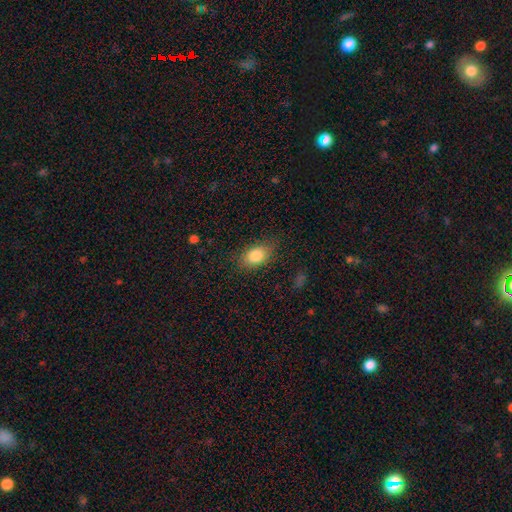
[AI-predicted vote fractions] A smooth galaxy with no disk features (84%) that is in between round and cigar-shaped (84%). Merging: none (80%).